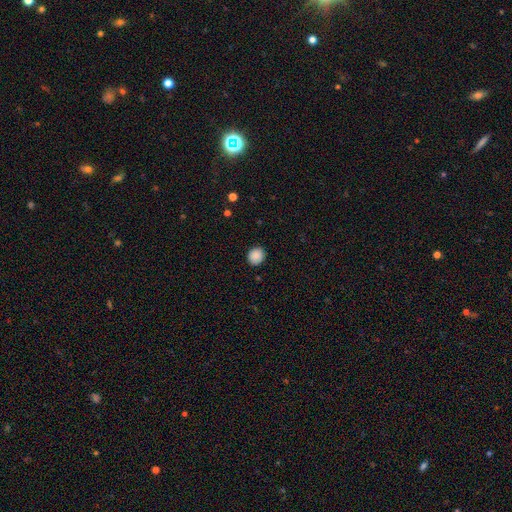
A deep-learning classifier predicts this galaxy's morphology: type=smooth (89%); roundness=round (83%); merging=none (89%).